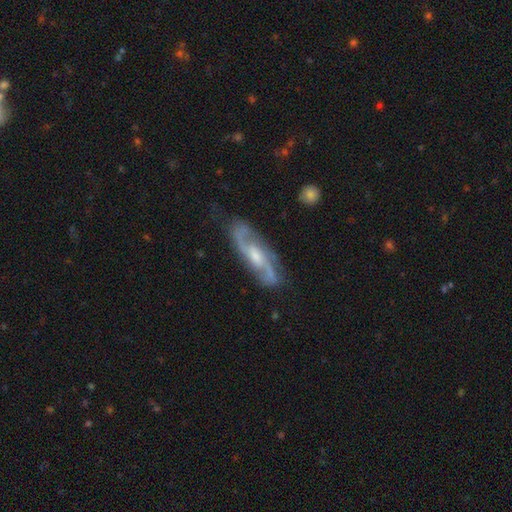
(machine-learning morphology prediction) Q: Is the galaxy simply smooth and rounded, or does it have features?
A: featured or disk — 83%.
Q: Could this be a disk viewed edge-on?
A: no — 83%.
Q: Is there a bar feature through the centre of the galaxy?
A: no — 42%.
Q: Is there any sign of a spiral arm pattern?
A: yes — 95%.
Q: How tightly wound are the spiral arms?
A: medium — 48%.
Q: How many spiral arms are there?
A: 2 — 88%.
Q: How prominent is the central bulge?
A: moderate — 57%.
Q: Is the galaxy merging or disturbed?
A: none — 81%.